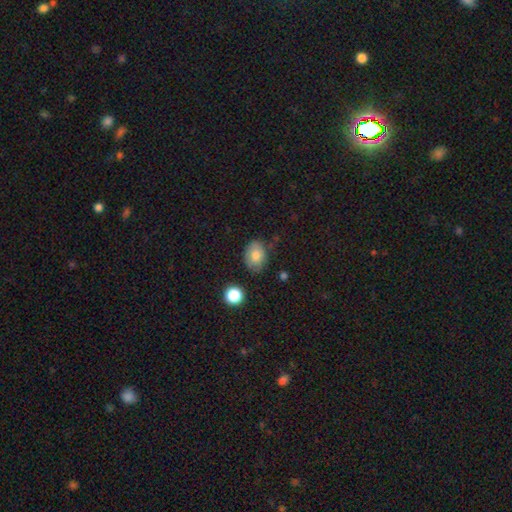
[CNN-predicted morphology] Smooth or featured? Predicted: smooth (p=0.76). How rounded? Predicted: in between (p=0.70). Merging? Predicted: none (p=0.70).